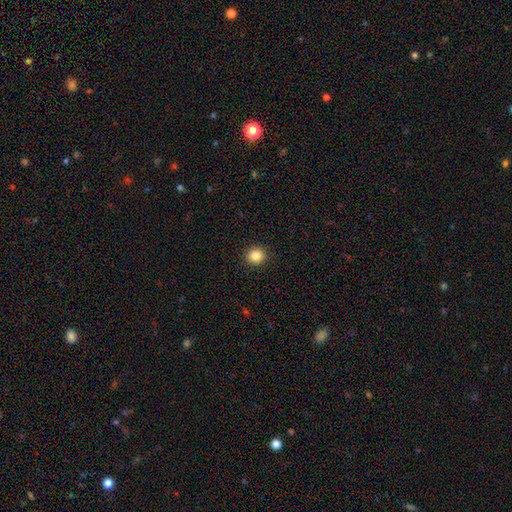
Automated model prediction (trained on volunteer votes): A smooth galaxy with no disk features (85%) that is round (89%). Merging: none (92%).